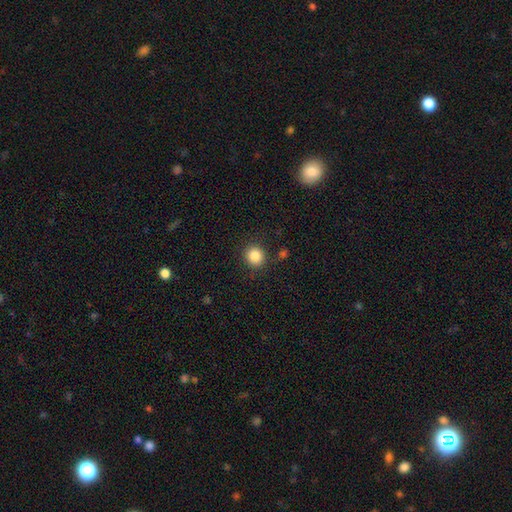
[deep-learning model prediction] Morphology: type=smooth (85%); roundness=round (89%); merging=none (87%).